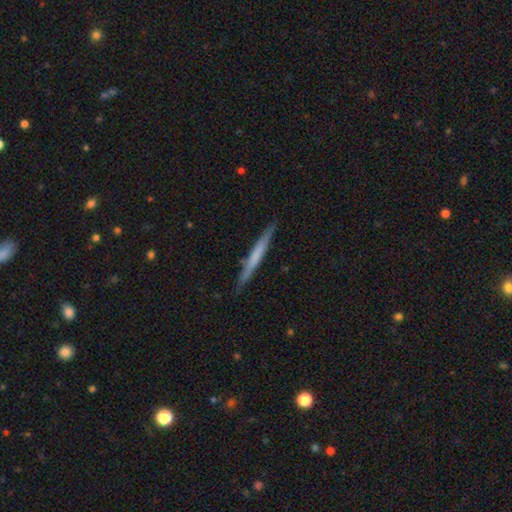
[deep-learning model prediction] Smooth or featured?
  - smooth: 50% *
  - featured or disk: 44%
  - star or artifact: 5%
How rounded?
  - cigar-shaped: 97% *
  - in between: 2%
  - round: 1%
Merging?
  - none: 89% *
  - minor disturbance: 8%
  - major disturbance: 2%
  - merger: 1%